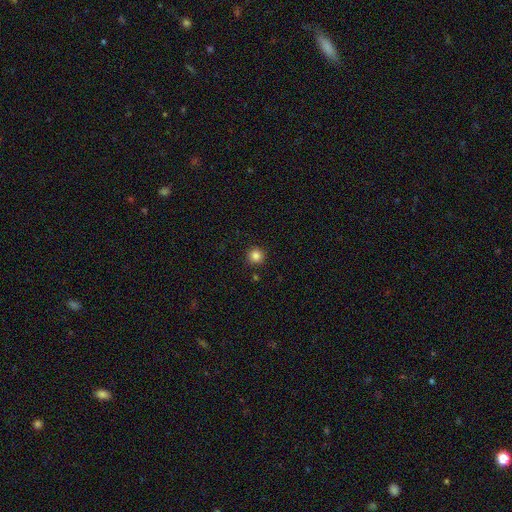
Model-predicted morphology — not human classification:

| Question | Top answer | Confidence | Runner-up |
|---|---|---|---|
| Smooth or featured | smooth | 85% | star or artifact (11%) |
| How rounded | round | 95% | in between (4%) |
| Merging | none | 92% | minor disturbance (5%) |